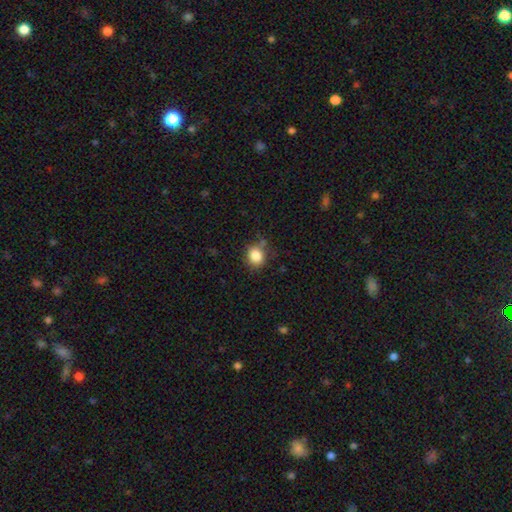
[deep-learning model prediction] Smooth or featured?
  - smooth: 84% *
  - star or artifact: 10%
  - featured or disk: 5%
How rounded?
  - round: 76% *
  - in between: 23%
  - cigar-shaped: 1%
Merging?
  - none: 74% *
  - minor disturbance: 17%
  - merger: 5%
  - major disturbance: 4%